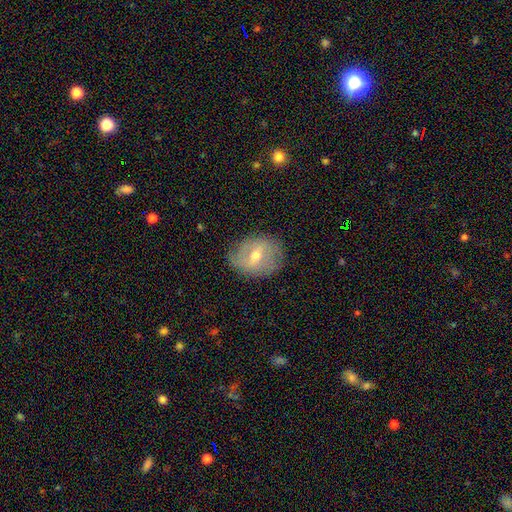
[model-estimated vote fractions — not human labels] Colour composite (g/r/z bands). It shows a featured or disk galaxy (60%) with a weak bar (51%), spiral arms (62%) and a moderate central bulge (61%). Merging: none (75%).